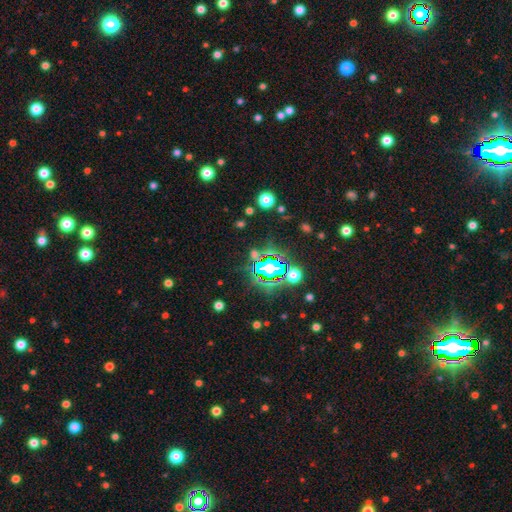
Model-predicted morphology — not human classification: Smooth or featured: star or artifact — 76% (smooth — 15%)